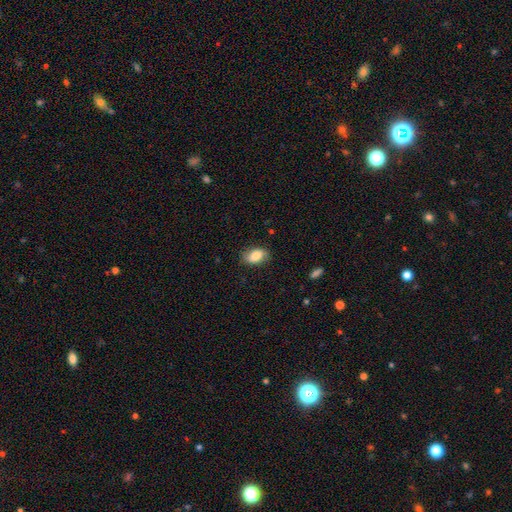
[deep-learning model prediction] Smooth or featured: smooth — 81% (featured or disk — 11%)
How rounded: in between — 88% (round — 9%)
Merging: none — 81% (minor disturbance — 15%)